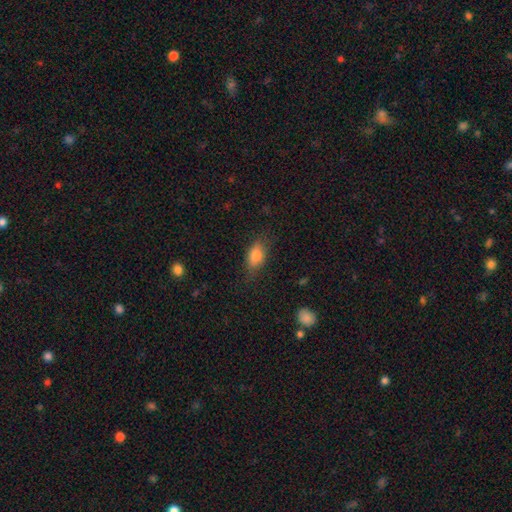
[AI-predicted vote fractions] The model was most divided on "merging": none: 74%, minor disturbance: 19%, major disturbance: 6%, merger: 1%. More confident: how rounded — in between (84%); smooth or featured — smooth (79%).